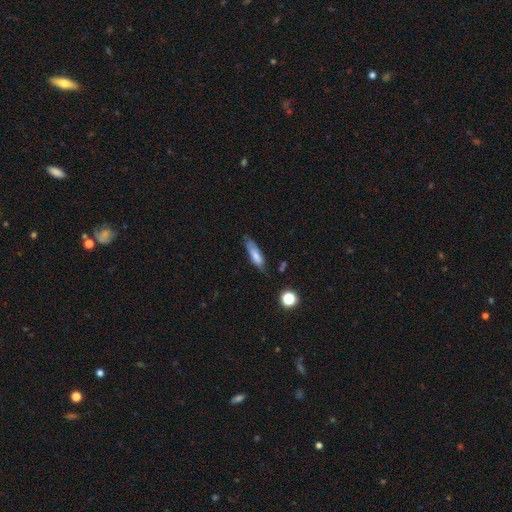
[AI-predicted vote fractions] The model was most divided on "how rounded": cigar-shaped: 65%, in between: 33%, round: 2%. More confident: smooth or featured — smooth (71%); merging — none (67%).